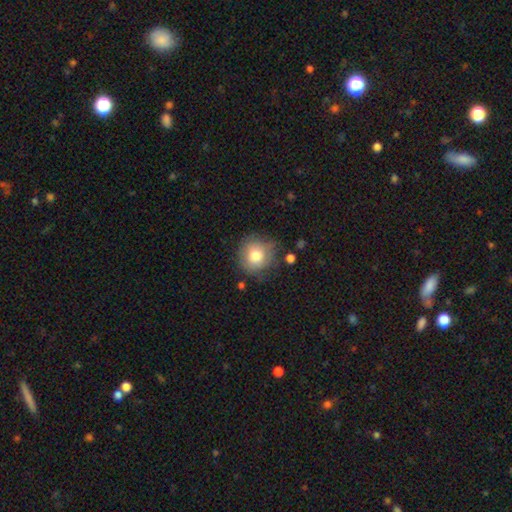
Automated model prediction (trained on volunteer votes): A smooth galaxy with no disk features (77%) that is round (89%). Merging: none (71%).